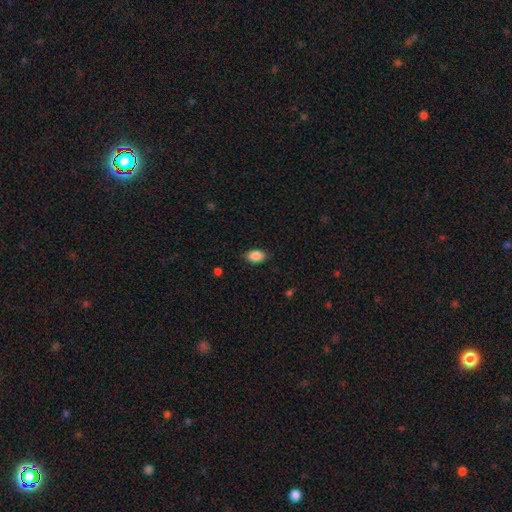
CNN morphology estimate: The model was most divided on "merging": none: 81%, minor disturbance: 15%, major disturbance: 3%, merger: 1%. More confident: smooth or featured — smooth (89%); how rounded — in between (86%).